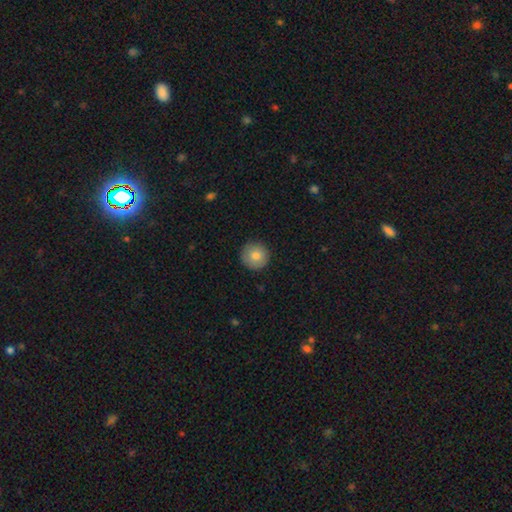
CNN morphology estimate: This is clearly a smooth galaxy (81%). How rounded: clearly round (96%). Merging: clearly none (90%).